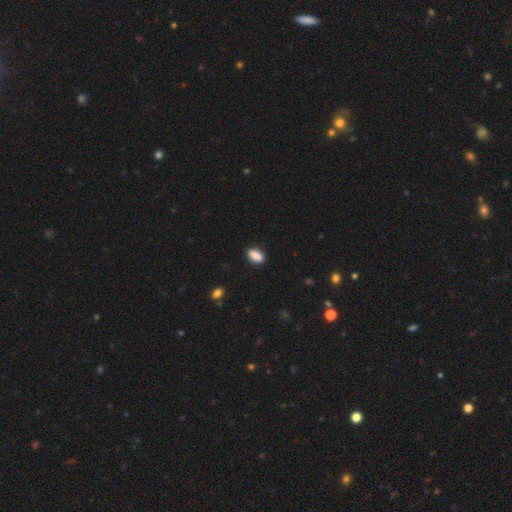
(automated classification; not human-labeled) Smooth or featured? smooth (87%)
How rounded? in between (84%)
Merging? none (86%)